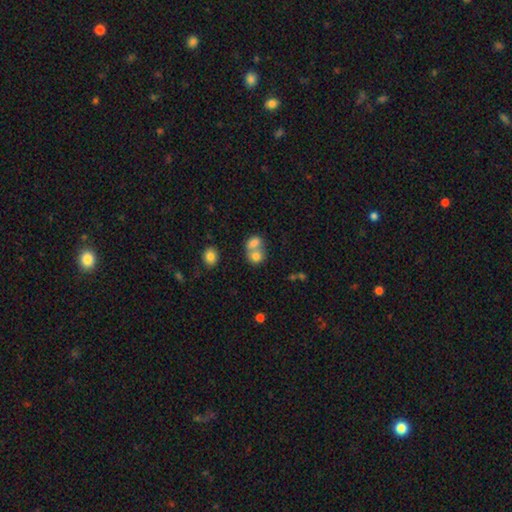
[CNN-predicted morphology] This is likely a smooth galaxy (76%). How rounded: possibly round (57%). Merging: likely merger (65%).